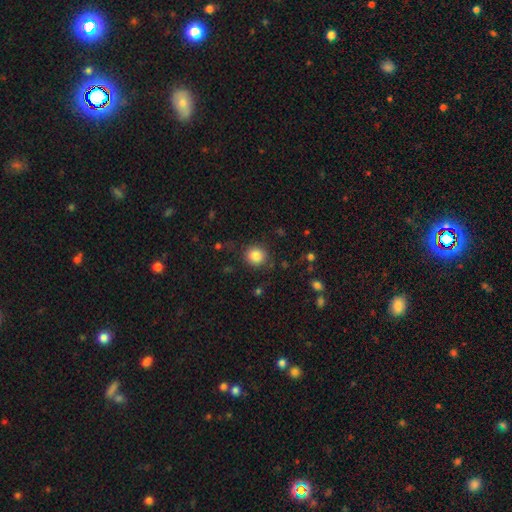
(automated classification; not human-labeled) The model was most divided on "smooth or featured": smooth: 84%, star or artifact: 10%, featured or disk: 6%. More confident: how rounded — round (89%); merging — none (85%).